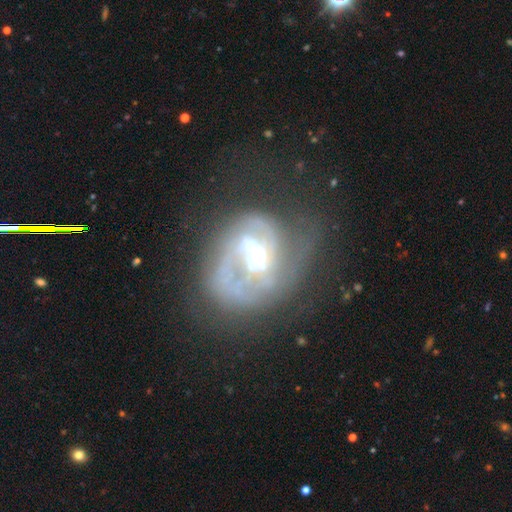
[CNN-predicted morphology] smooth-or-featured: featured or disk: 80% | smooth: 11% | star or artifact: 8%
  disk-edge-on: no: 97% | yes: 3%
    bar: weak: 45% | no: 35% | strong: 21%
    has-spiral-arms: yes: 84% | no: 16%
      spiral-winding: medium: 44% | tight: 28% | loose: 27%
      spiral-arm-count: 2: 42% | 1: 23% | can't tell: 20% | 3: 9% | 4: 3% | more than 4: 3%
    bulge-size: moderate: 57% | small: 21% | large: 14% | none: 6% | dominant: 2%
  merging: none: 39% | major disturbance: 34% | minor disturbance: 20% | merger: 6%